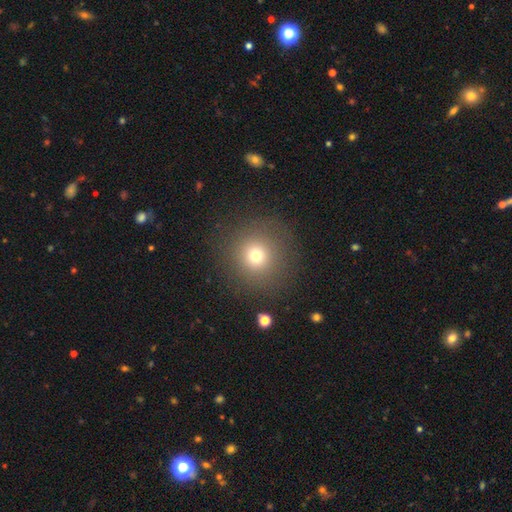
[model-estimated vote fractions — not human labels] smooth_or_featured: smooth (p=0.71) [alt: star or artifact p=0.18]
how_rounded: round (p=0.94) [alt: in between p=0.05]
merging: none (p=0.87) [alt: minor disturbance p=0.07]